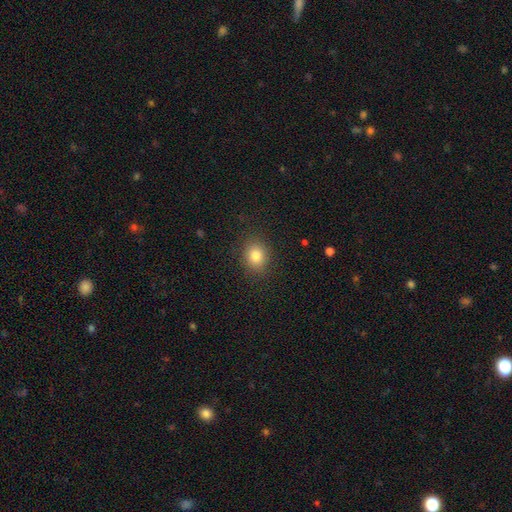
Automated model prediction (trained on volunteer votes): smooth 82%, star or artifact 11%, featured or disk 7%. Down the decision tree: how rounded — round (60%); merging — none (87%).